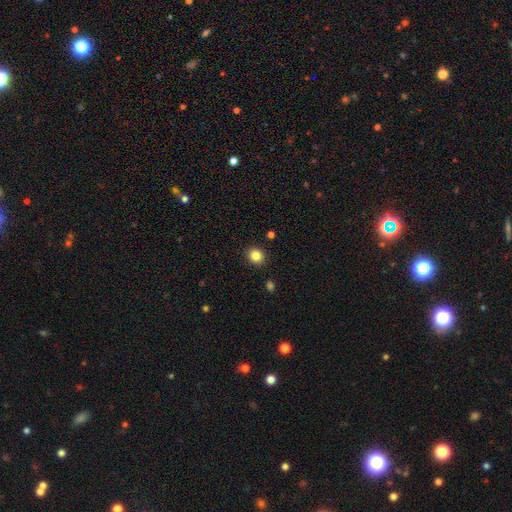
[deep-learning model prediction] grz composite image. It shows a smooth galaxy with no disk features (84%) that is round (78%). Merging: none (91%).